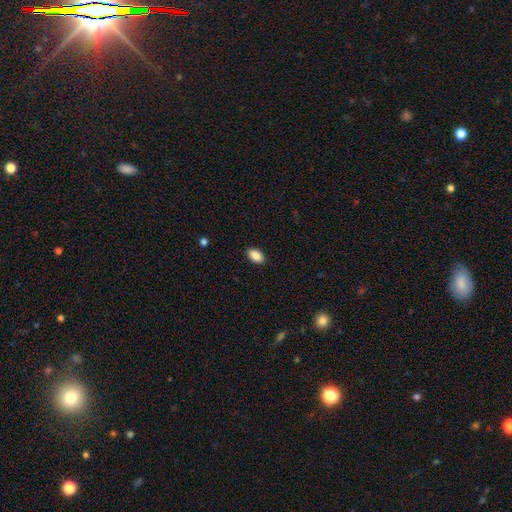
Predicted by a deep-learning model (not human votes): This is clearly a smooth galaxy (89%). How rounded: clearly in between (92%). Merging: clearly none (89%).